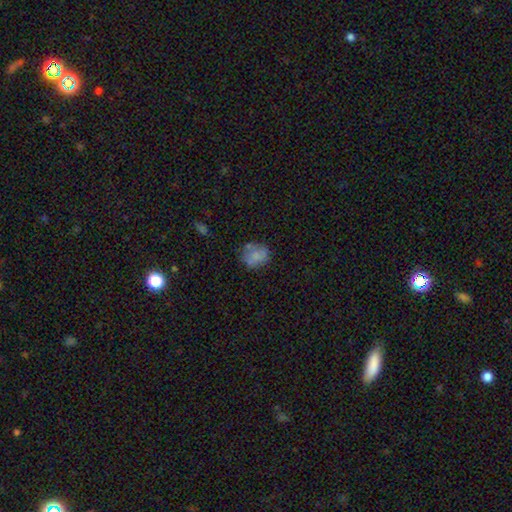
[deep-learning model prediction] Smooth or featured? Predicted: smooth (p=0.70). How rounded? Predicted: round (p=0.64). Merging? Predicted: none (p=0.59).